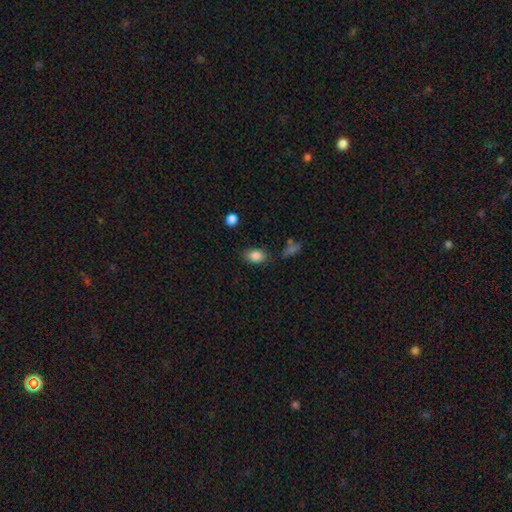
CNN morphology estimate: type=smooth (85%); roundness=in between (83%); merging=none (76%).